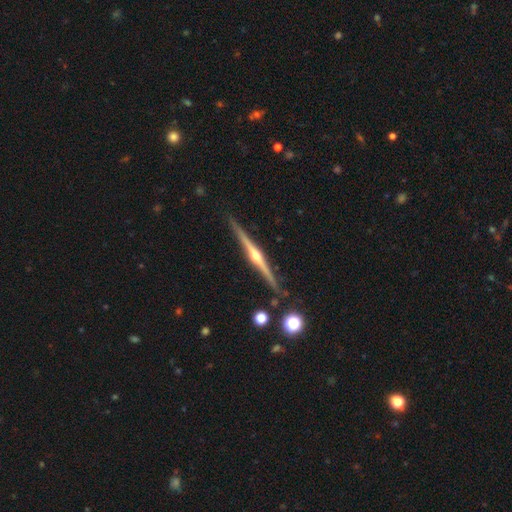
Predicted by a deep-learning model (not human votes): A featured or disk galaxy (86%) viewed edge-on (99%) with a rounded central bulge (92%). Merging: none (89%).